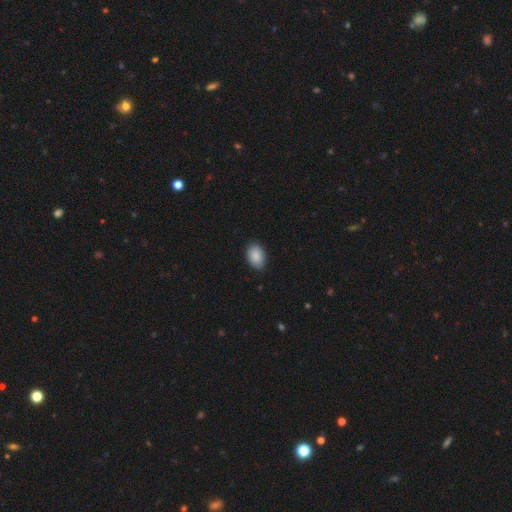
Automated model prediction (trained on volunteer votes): Smooth or featured? smooth (88%)
How rounded? in between (87%)
Merging? none (87%)